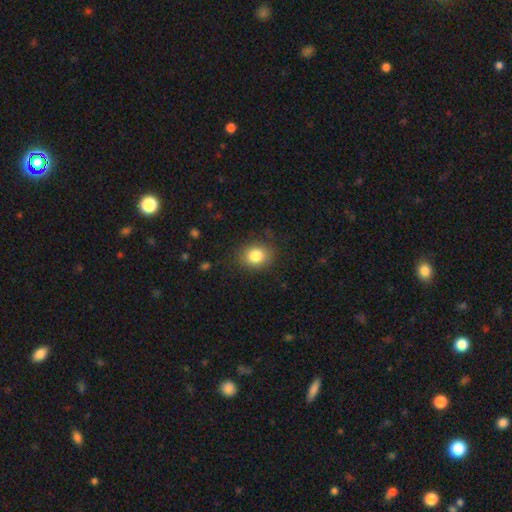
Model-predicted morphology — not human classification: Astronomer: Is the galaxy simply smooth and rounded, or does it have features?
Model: smooth — 83%.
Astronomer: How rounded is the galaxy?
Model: round — 60% (runner-up: in between, 39%).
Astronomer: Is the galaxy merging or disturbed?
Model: none — 85%.